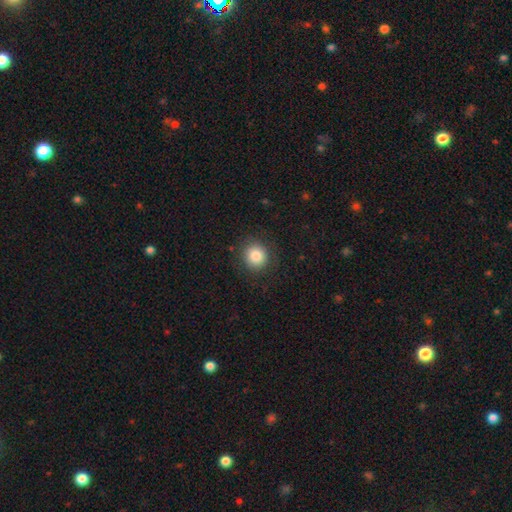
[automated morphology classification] Overall: smooth (85%). How rounded: round (89%). Merging: none (87%).